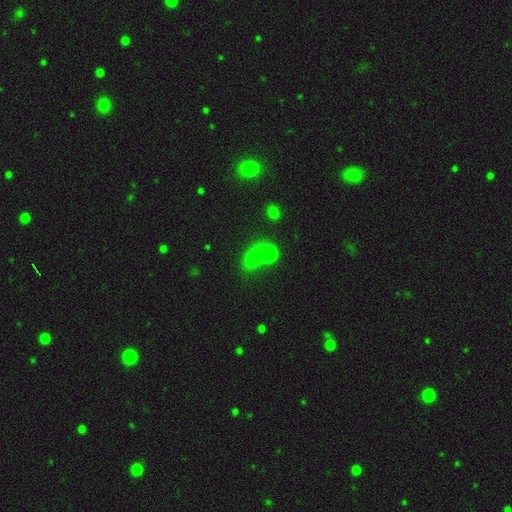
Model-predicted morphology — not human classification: The model was most divided on "how rounded": in between: 53%, round: 44%, cigar-shaped: 3%. More confident: smooth or featured — smooth (74%); merging — merger (52%).